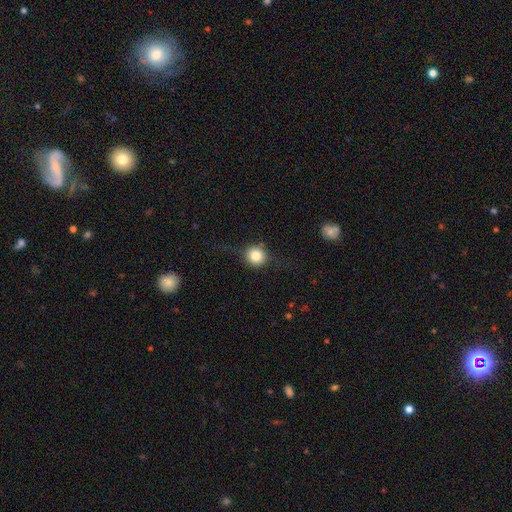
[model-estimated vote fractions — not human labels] Morphology: type=smooth (78%); roundness=round (91%); merging=none (76%).